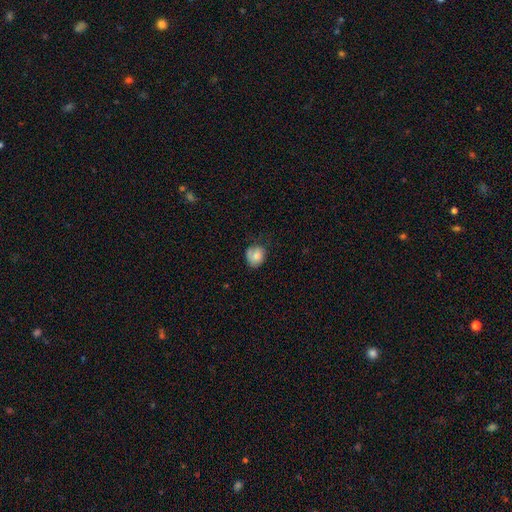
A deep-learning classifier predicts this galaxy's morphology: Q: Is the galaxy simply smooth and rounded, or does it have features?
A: smooth — 70%.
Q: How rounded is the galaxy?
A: round — 65%.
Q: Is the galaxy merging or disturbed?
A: none — 52%.